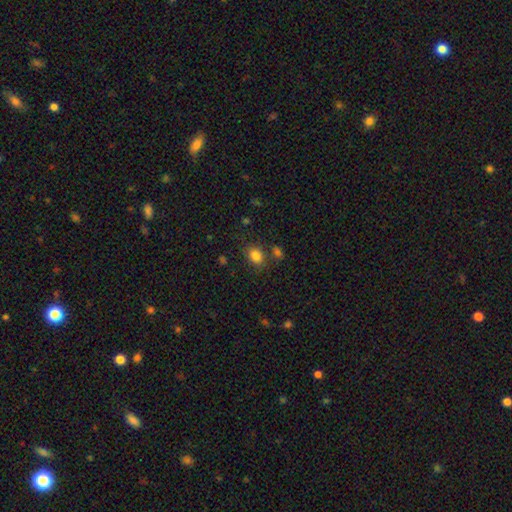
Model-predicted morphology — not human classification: Smooth or featured: smooth — 82% (star or artifact — 11%)
How rounded: in between — 56% (round — 43%)
Merging: none — 73% (minor disturbance — 13%)